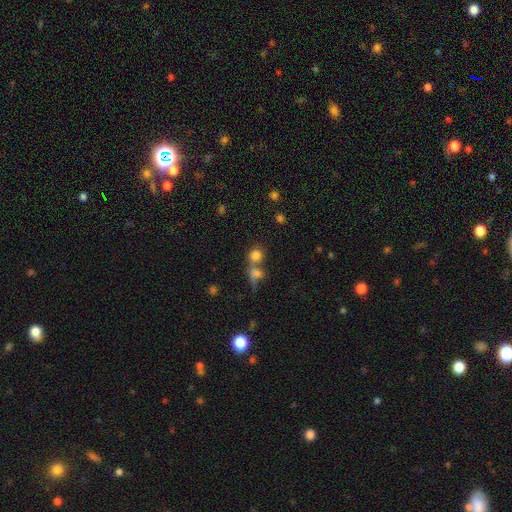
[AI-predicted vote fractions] Smooth or featured? Predicted: smooth (p=0.79). How rounded? Predicted: round (p=0.81). Merging? Predicted: merger (p=0.44).